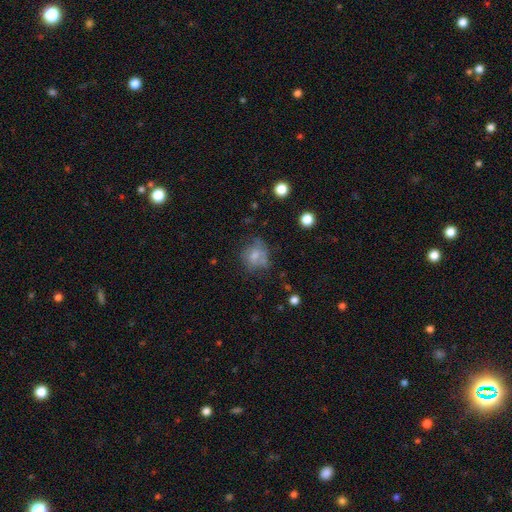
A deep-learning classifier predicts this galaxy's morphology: type=smooth (66%); roundness=round (68%); merging=none (49%).